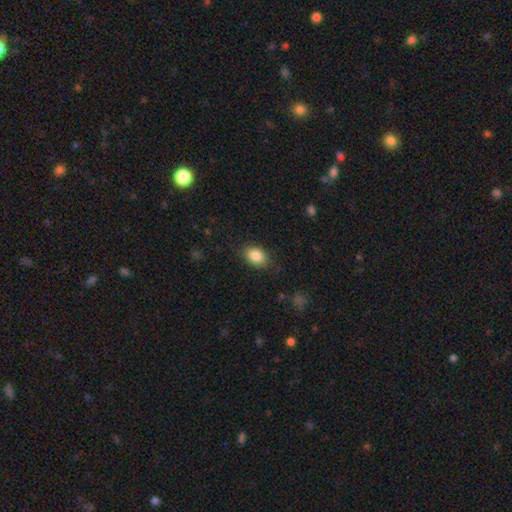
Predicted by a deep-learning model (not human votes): This is clearly a smooth galaxy (87%). How rounded: clearly in between (80%). Merging: clearly none (83%).